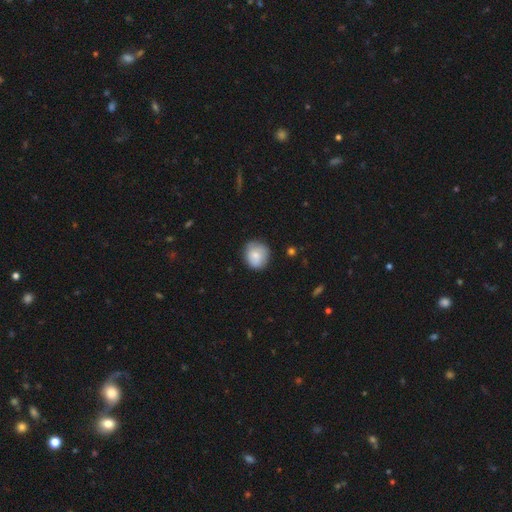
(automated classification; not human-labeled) Smooth or featured? Predicted: smooth (p=0.78). How rounded? Predicted: round (p=0.79). Merging? Predicted: none (p=0.77).